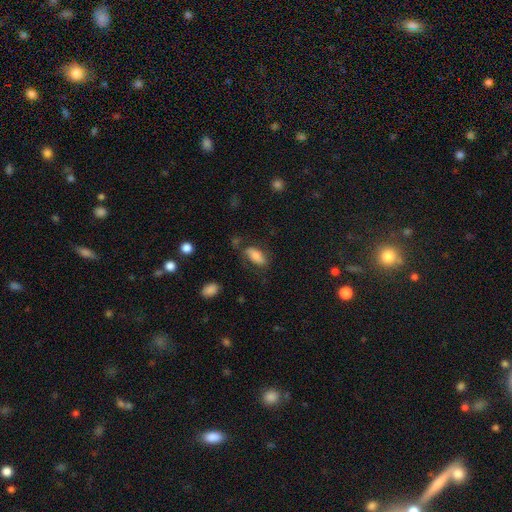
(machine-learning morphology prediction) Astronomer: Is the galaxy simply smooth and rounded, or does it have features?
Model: smooth — 73%.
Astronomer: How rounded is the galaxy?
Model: in between — 84%.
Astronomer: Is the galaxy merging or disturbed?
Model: none — 62%.